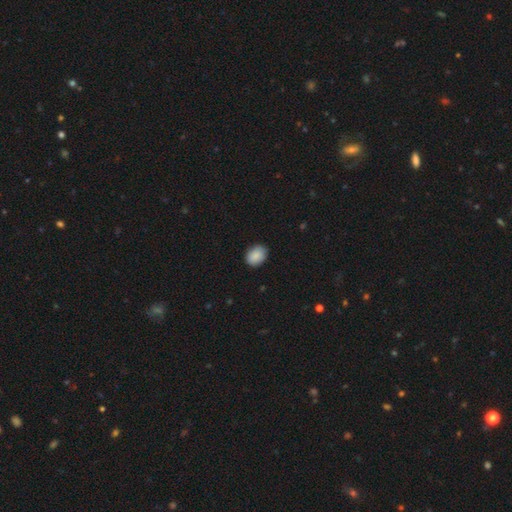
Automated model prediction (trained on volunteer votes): Overall: smooth (89%). How rounded: in between (67%; round 32%). Merging: none (86%).